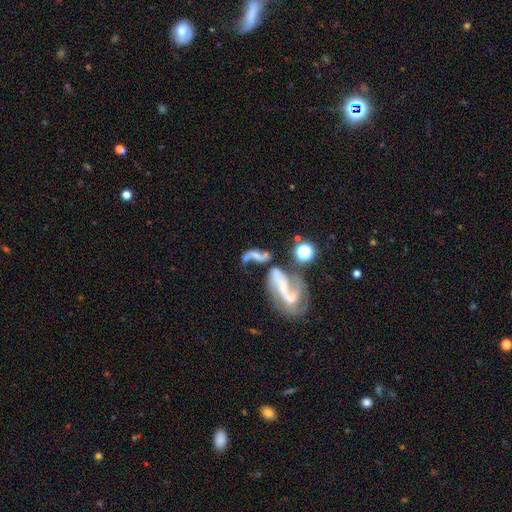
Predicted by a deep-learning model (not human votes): Smooth or featured?
  - featured or disk: 60% *
  - smooth: 26%
  - star or artifact: 14%
Edge-on disk?
  - no: 92% *
  - yes: 8%
Bar?
  - no: 51% *
  - weak: 28%
  - strong: 21%
Spiral arms?
  - yes: 72% *
  - no: 28%
Bulge size?
  - none: 45% *
  - small: 29%
  - moderate: 19%
  - large: 5%
  - dominant: 2%
Merging?
  - merger: 52% *
  - none: 20%
  - major disturbance: 17%
  - minor disturbance: 10%